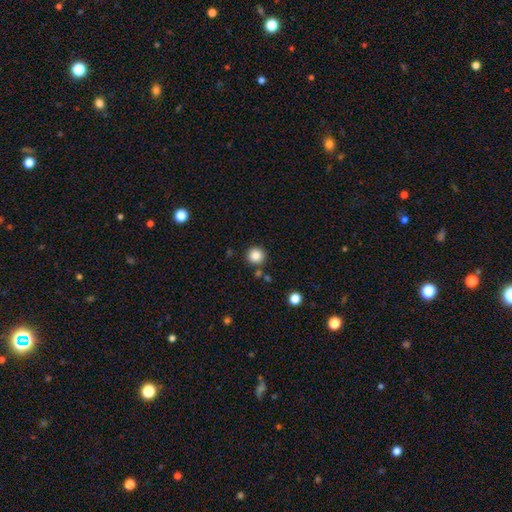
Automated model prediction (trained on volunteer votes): The model was most divided on "smooth or featured": smooth: 86%, star or artifact: 10%, featured or disk: 4%. More confident: how rounded — round (94%); merging — none (86%).